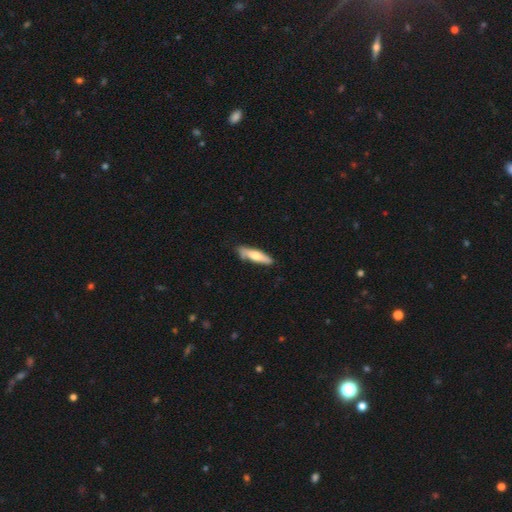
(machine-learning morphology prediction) smooth_or_featured: smooth (p=0.63) [alt: featured or disk p=0.31]
how_rounded: cigar-shaped (p=0.74) [alt: in between p=0.25]
merging: none (p=0.73) [alt: minor disturbance p=0.20]